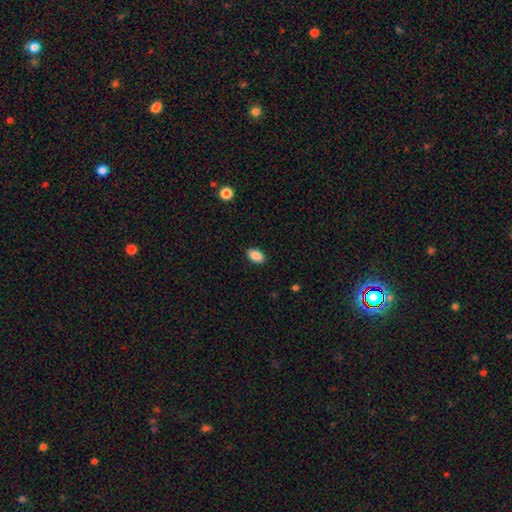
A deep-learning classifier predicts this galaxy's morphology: The model was most divided on "smooth or featured": smooth: 88%, star or artifact: 8%, featured or disk: 4%. More confident: how rounded — in between (91%); merging — none (89%).